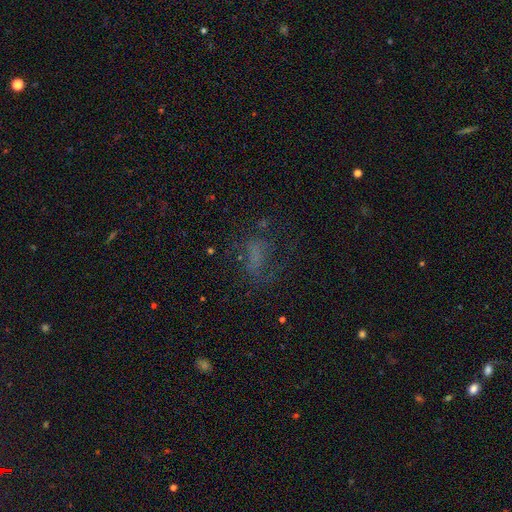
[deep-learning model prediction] Smooth or featured? Predicted: smooth (p=0.44). Merging? Predicted: none (p=0.51).